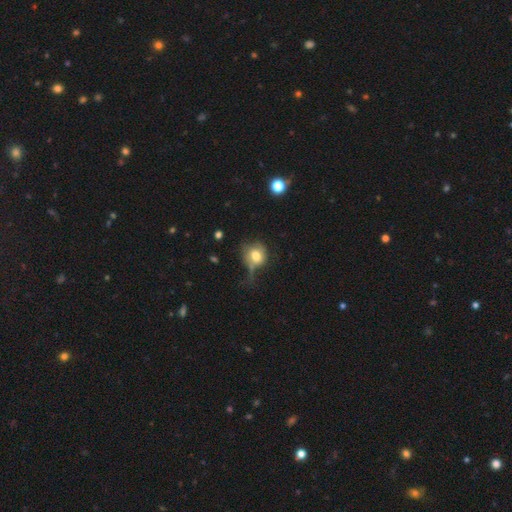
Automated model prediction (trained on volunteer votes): smooth 72%, featured or disk 17%, star or artifact 10%. Down the decision tree: how rounded — round (77%); merging — none (40%).